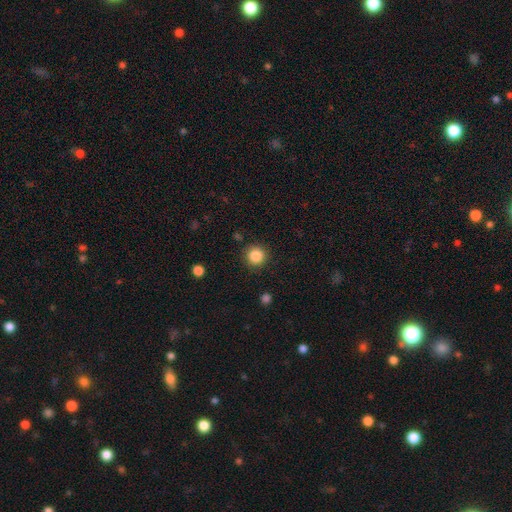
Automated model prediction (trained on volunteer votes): Smooth or featured: smooth — 86% (star or artifact — 10%)
How rounded: round — 94% (in between — 5%)
Merging: none — 89% (minor disturbance — 7%)